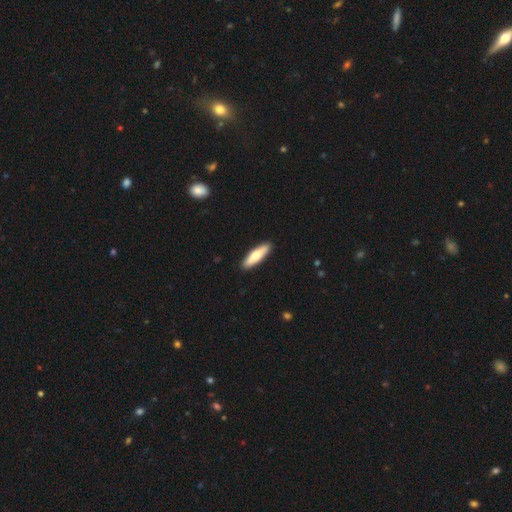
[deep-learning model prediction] smooth-or-featured: smooth: 64% | featured or disk: 31% | star or artifact: 5%
  how-rounded: cigar-shaped: 68% | in between: 30% | round: 2%
  merging: none: 91% | minor disturbance: 6% | major disturbance: 1% | merger: 1%